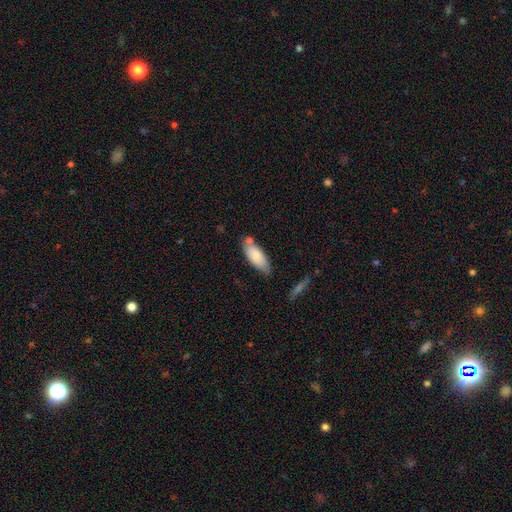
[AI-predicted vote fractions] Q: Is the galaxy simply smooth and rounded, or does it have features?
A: smooth — 82%.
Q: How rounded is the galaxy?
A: in between — 76%.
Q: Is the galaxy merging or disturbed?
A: none — 64%.